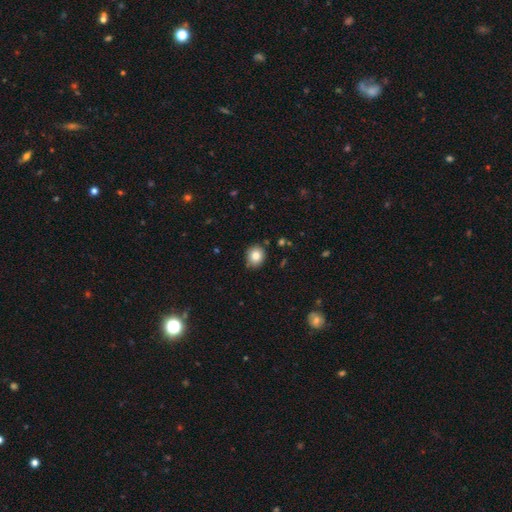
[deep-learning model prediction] Smooth or featured? Predicted: smooth (p=0.81). How rounded? Predicted: round (p=0.78). Merging? Predicted: none (p=0.85).